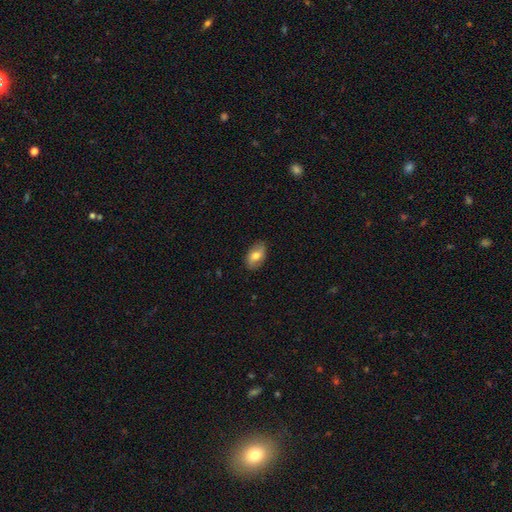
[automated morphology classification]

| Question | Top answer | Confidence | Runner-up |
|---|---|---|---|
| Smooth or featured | smooth | 72% | featured or disk (21%) |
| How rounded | in between | 90% | round (8%) |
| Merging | none | 85% | minor disturbance (12%) |